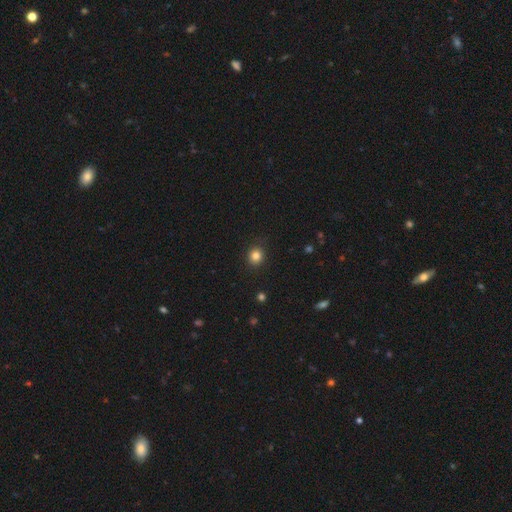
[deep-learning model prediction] smooth-or-featured: smooth: 84% | star or artifact: 12% | featured or disk: 4%
  how-rounded: round: 86% | in between: 13% | cigar-shaped: 1%
  merging: none: 90% | minor disturbance: 7% | major disturbance: 2% | merger: 1%